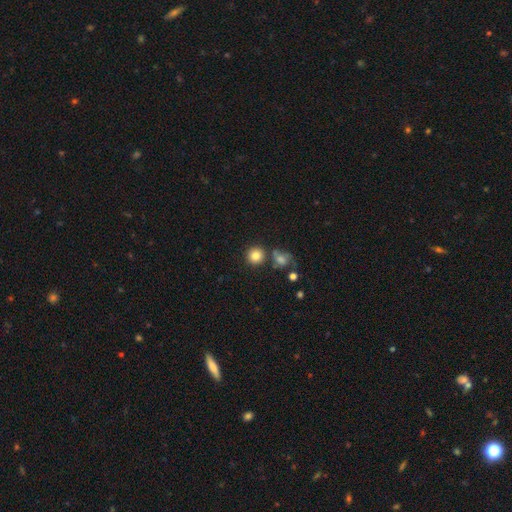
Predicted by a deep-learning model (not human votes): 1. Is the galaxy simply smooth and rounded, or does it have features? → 82% smooth, 10% star or artifact, 7% featured or disk.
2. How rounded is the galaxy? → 91% round, 8% in between, 1% cigar-shaped.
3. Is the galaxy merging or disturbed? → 77% none, 11% merger, 9% minor disturbance, 3% major disturbance.